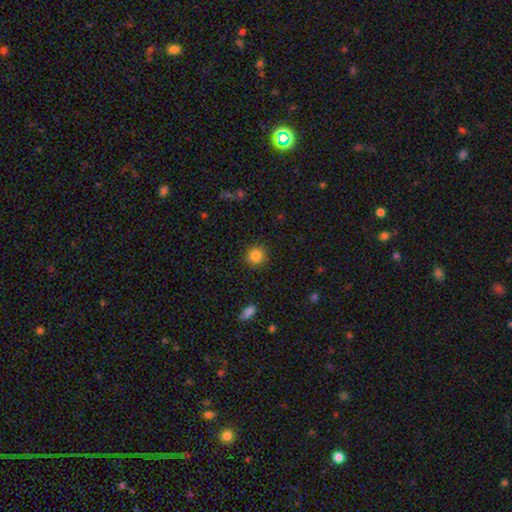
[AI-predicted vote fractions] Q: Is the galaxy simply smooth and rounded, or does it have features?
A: smooth — 85%.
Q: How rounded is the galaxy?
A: round — 92%.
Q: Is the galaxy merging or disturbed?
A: none — 89%.